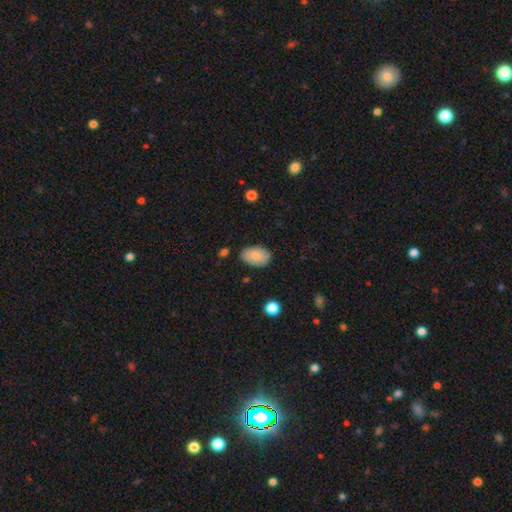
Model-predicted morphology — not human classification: A smooth galaxy with no disk features (81%) that is in between round and cigar-shaped (91%). Merging: none (80%).